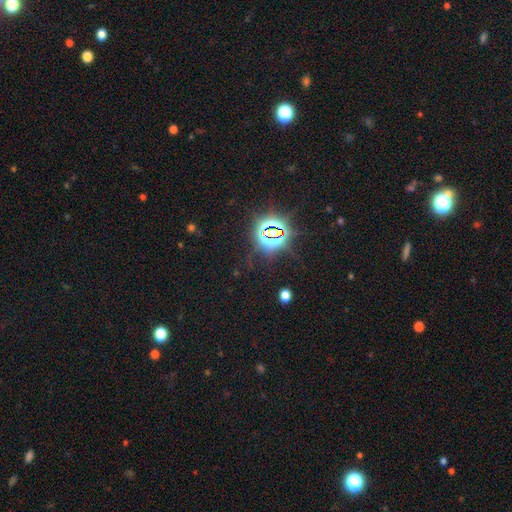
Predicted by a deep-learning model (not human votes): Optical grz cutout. It shows a star or artifact, not a galaxy (83%).